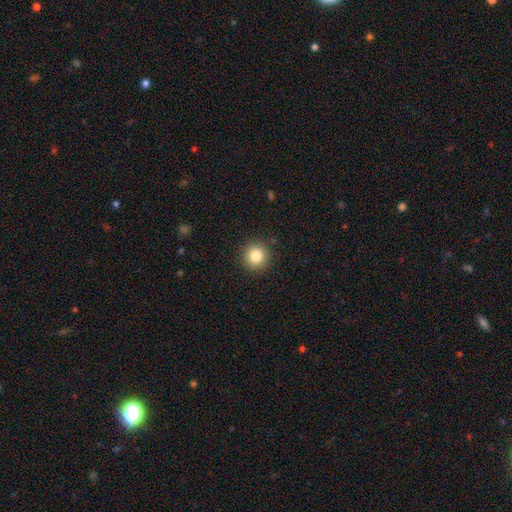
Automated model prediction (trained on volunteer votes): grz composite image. It shows a smooth galaxy with no disk features (83%) that is round (93%). Merging: none (91%).